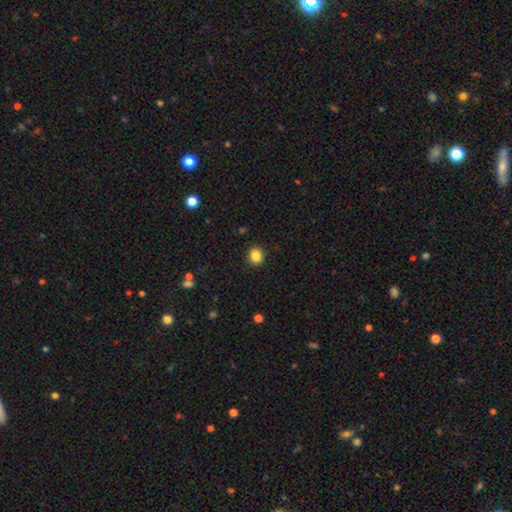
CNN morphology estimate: smooth_or_featured: smooth (p=0.86) [alt: star or artifact p=0.10]
how_rounded: round (p=0.73) [alt: in between p=0.26]
merging: none (p=0.91) [alt: minor disturbance p=0.06]